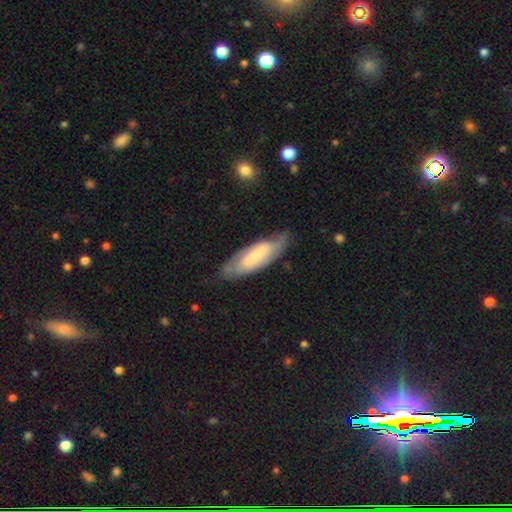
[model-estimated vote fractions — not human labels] Smooth or featured? Predicted: featured or disk (p=0.61). Edge-on disk? Predicted: no (p=0.82). Merging? Predicted: none (p=0.71).